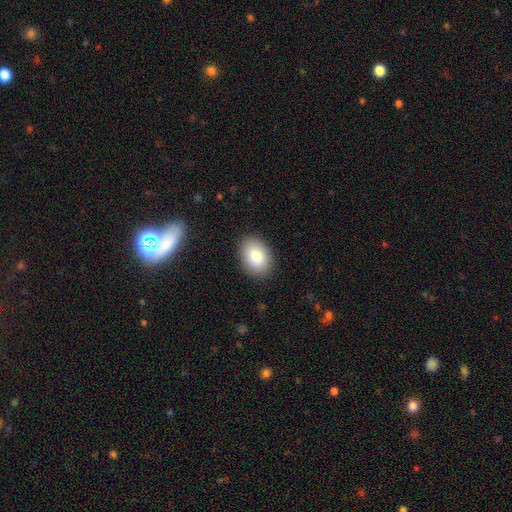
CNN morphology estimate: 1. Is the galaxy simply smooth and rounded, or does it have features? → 83% smooth, 9% featured or disk, 7% star or artifact.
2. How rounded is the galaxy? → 81% in between, 18% round, 1% cigar-shaped.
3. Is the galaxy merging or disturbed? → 88% none, 9% minor disturbance, 2% major disturbance, 1% merger.